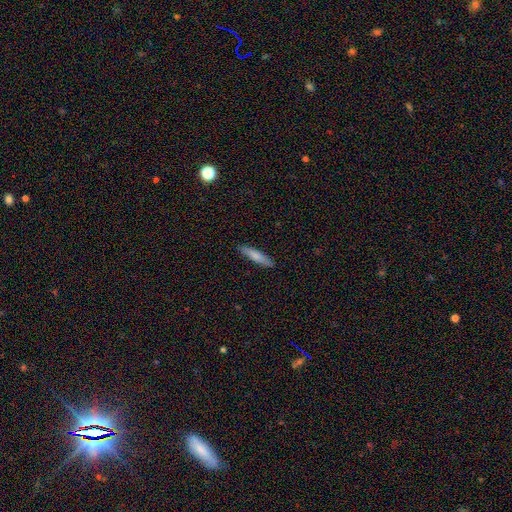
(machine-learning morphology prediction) type=smooth (77%); roundness=cigar-shaped (84%); merging=none (88%).